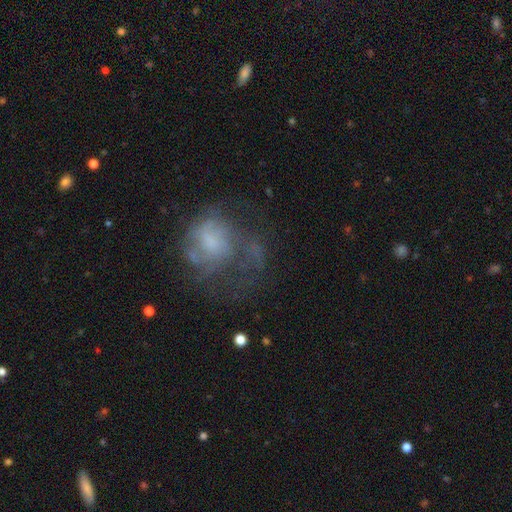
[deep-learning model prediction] Smooth or featured? featured or disk (53%)
Edge-on disk? no (97%)
Bar? no (74%)
Spiral arms? yes (54%)
Bulge size? small (36%)
Merging? none (41%)